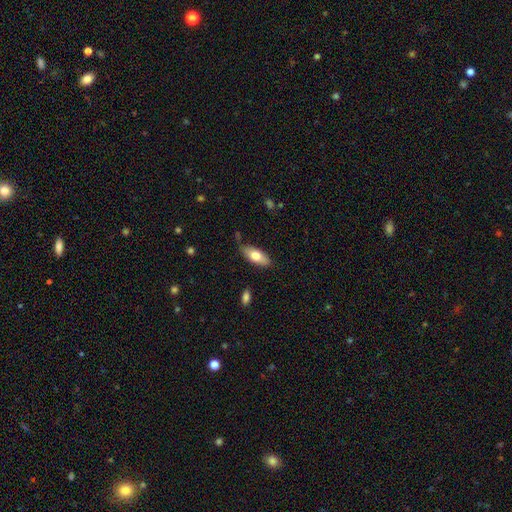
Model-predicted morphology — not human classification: Smooth or featured: smooth — 72% (featured or disk — 22%)
How rounded: in between — 81% (cigar-shaped — 16%)
Merging: none — 76% (minor disturbance — 18%)